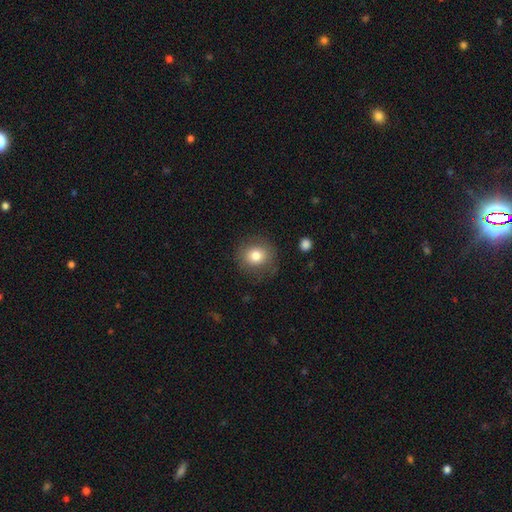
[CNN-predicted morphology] smooth 78%, featured or disk 12%, star or artifact 10%. Down the decision tree: how rounded — round (84%); merging — none (82%).